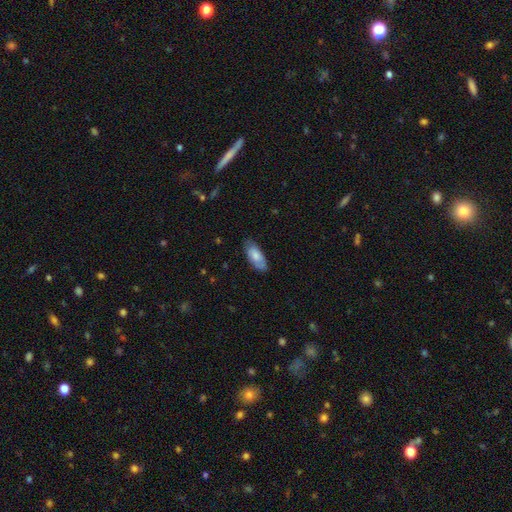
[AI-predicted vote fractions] Smooth or featured? smooth (72%)
How rounded? in between (86%)
Merging? none (74%)